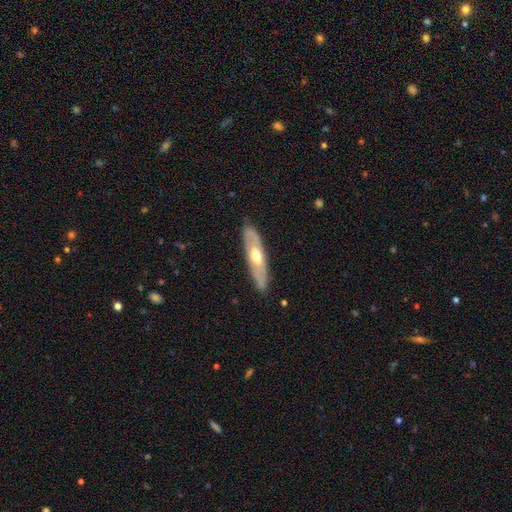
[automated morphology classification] smooth-or-featured: featured or disk: 60% | smooth: 35% | star or artifact: 5%
  disk-edge-on: no: 58% | yes: 42%
  merging: none: 85% | minor disturbance: 11% | major disturbance: 3% | merger: 1%